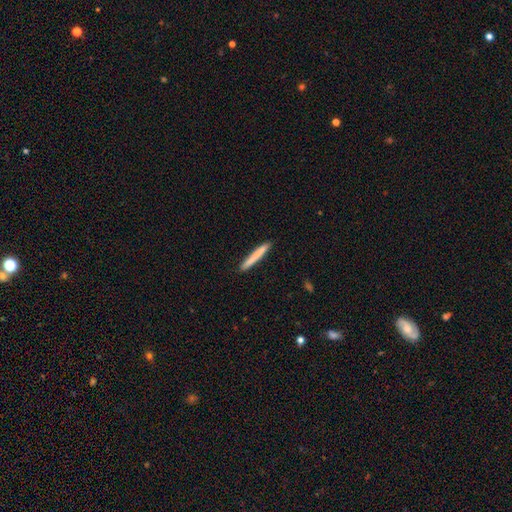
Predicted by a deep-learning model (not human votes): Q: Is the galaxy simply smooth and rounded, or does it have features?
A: smooth — 75%.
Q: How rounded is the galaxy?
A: cigar-shaped — 96%.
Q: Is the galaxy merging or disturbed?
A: none — 92%.